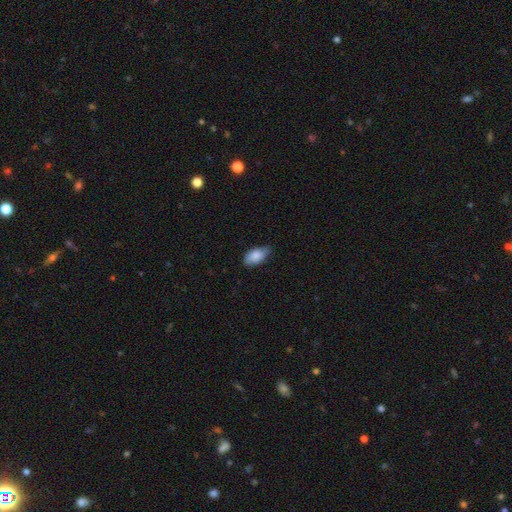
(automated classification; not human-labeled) Morphology: type=smooth (84%); roundness=in between (93%); merging=none (71%).